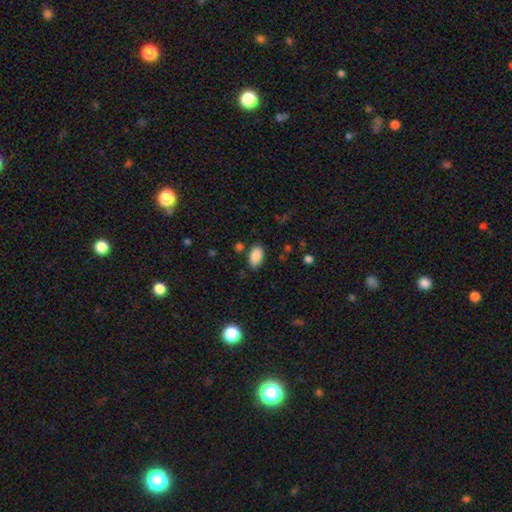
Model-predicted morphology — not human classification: Smooth or featured? Predicted: smooth (p=0.88). How rounded? Predicted: in between (p=0.94). Merging? Predicted: none (p=0.81).